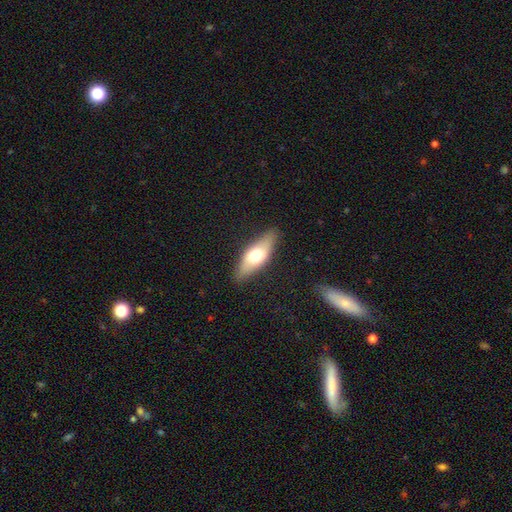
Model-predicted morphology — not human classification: smooth 55%, featured or disk 39%, star or artifact 6%. Down the decision tree: how rounded — in between (61%); merging — none (84%).